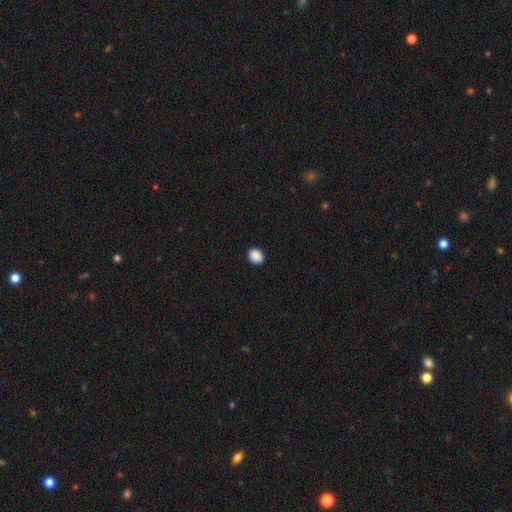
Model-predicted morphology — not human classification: Q: Smooth or featured?
A: smooth (90%); runner-up: star or artifact (8%)
Q: How rounded?
A: in between (52%); runner-up: round (47%)
Q: Merging?
A: none (91%); runner-up: minor disturbance (6%)